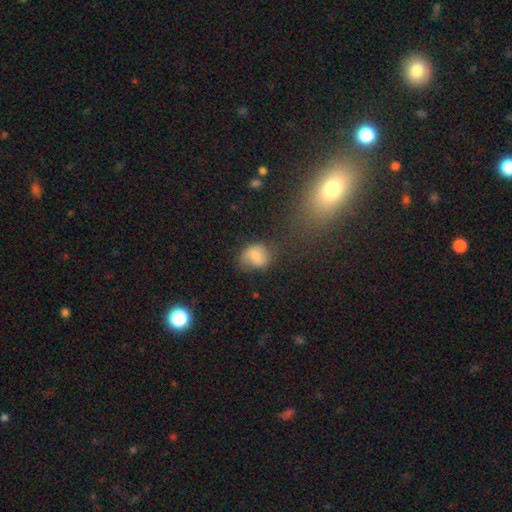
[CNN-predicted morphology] A smooth galaxy with no disk features (71%) that is in between round and cigar-shaped (51%).

Vote fractions:
- Smooth or featured? smooth: 71% / featured or disk: 19% / star or artifact: 10%
- How rounded? in between: 51% / round: 48% / cigar-shaped: 1%
- Merging? none: 54% / minor disturbance: 30% / major disturbance: 13% / merger: 4%